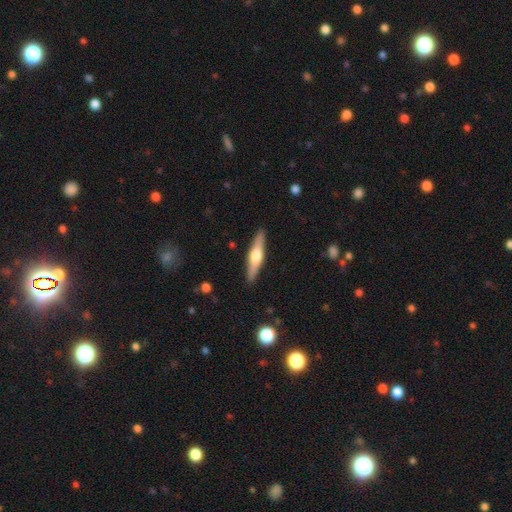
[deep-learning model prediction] A featured or disk galaxy (60%) viewed edge-on (96%) with a rounded central bulge (91%). Merging: none (91%).